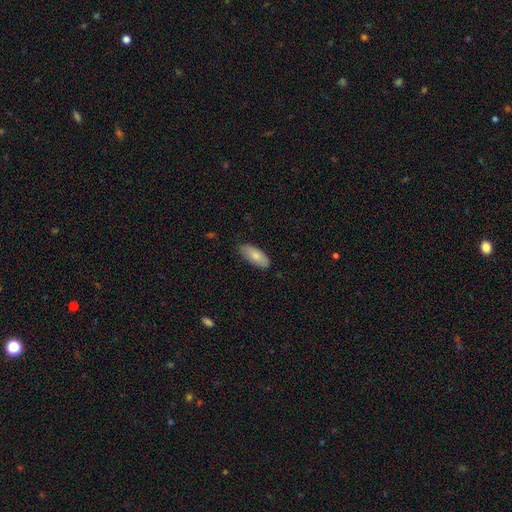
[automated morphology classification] A smooth galaxy with no disk features (81%) that is in between round and cigar-shaped (85%).

Vote fractions:
- Smooth or featured? smooth: 81% / featured or disk: 14% / star or artifact: 6%
- How rounded? in between: 85% / cigar-shaped: 13% / round: 2%
- Merging? none: 82% / minor disturbance: 15% / major disturbance: 2% / merger: 1%